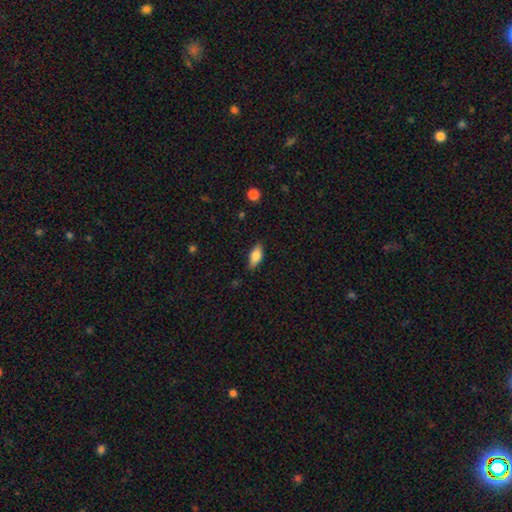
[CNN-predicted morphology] smooth 76%, featured or disk 17%, star or artifact 7%. Down the decision tree: how rounded — in between (84%); merging — none (84%).